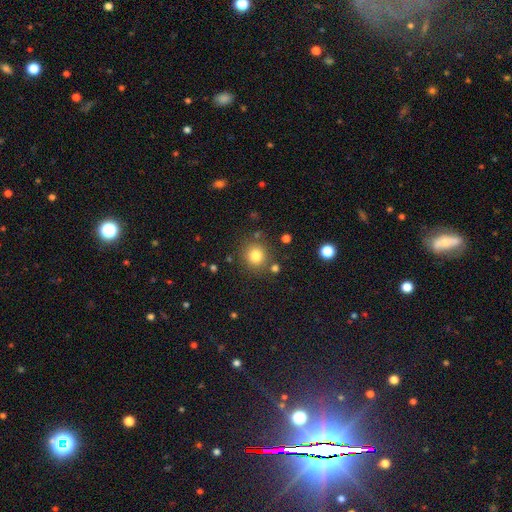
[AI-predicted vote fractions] Morphology: type=smooth (81%); roundness=round (89%); merging=none (83%).